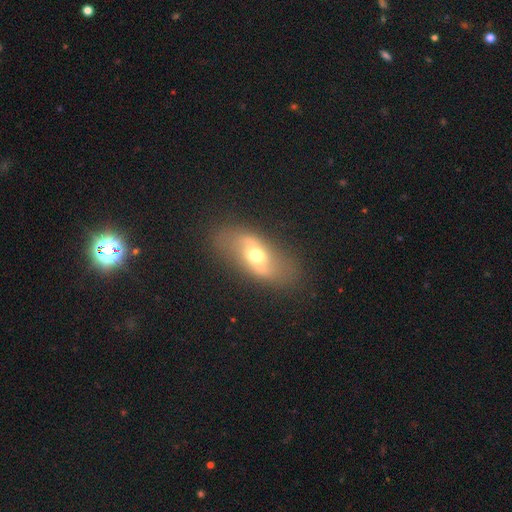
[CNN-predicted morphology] type=featured or disk (60%); edge-on=no (85%); bar=no (38%); spiral arms=yes (61%); bulge=moderate (70%); merging=none (77%).